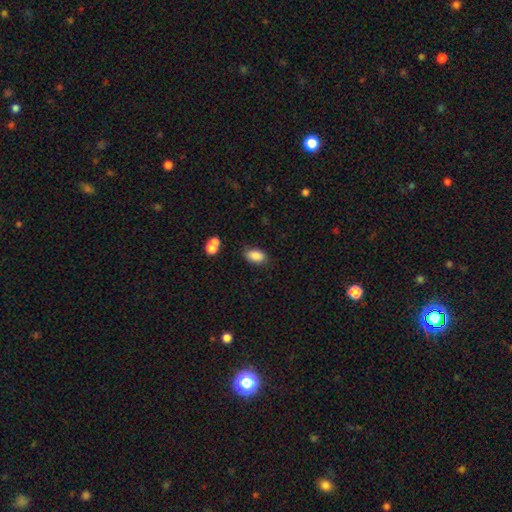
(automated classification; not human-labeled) Q: Smooth or featured?
A: smooth (87%); runner-up: star or artifact (8%)
Q: How rounded?
A: in between (91%); runner-up: round (7%)
Q: Merging?
A: none (80%); runner-up: minor disturbance (13%)